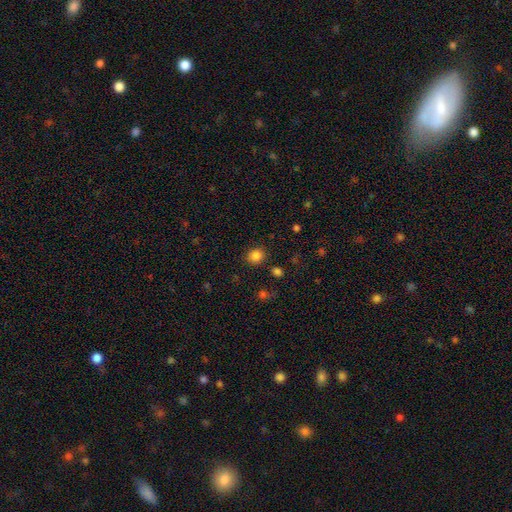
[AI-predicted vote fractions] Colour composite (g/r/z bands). It shows a smooth galaxy with no disk features (84%) that is round (77%). Merging: none (87%).